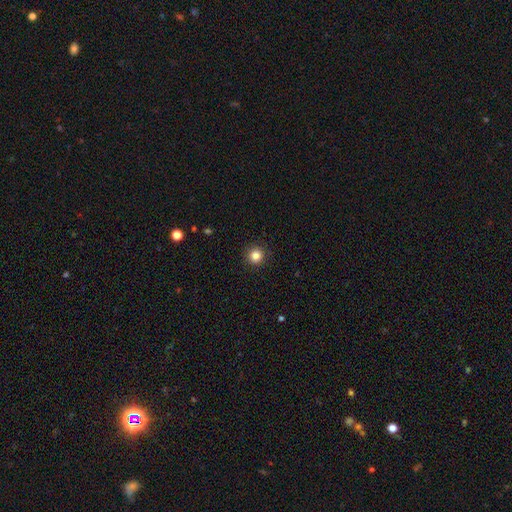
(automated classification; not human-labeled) A smooth galaxy with no disk features (84%) that is round (95%).

Vote fractions:
- Smooth or featured? smooth: 84% / star or artifact: 12% / featured or disk: 5%
- How rounded? round: 95% / in between: 4% / cigar-shaped: 1%
- Merging? none: 92% / minor disturbance: 5% / major disturbance: 2% / merger: 1%